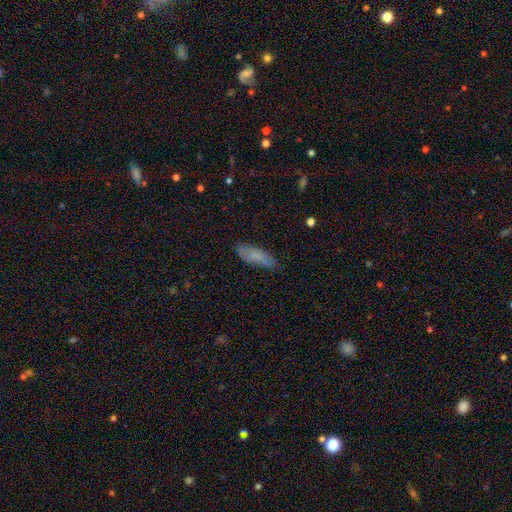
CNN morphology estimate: smooth-or-featured: smooth: 79% | featured or disk: 14% | star or artifact: 7%
  how-rounded: cigar-shaped: 49% (tied) | in between: 49% (tied) | round: 2%
  merging: none: 81% | minor disturbance: 15% | major disturbance: 3% | merger: 1%